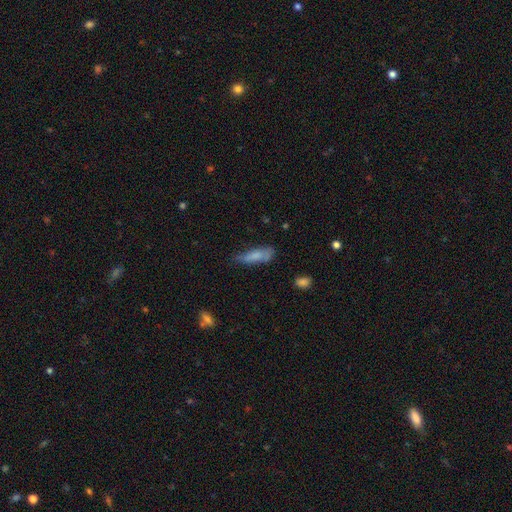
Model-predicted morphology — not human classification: smooth-or-featured: smooth: 72% | featured or disk: 20% | star or artifact: 8%
  how-rounded: cigar-shaped: 51% | in between: 46% | round: 2%
  merging: none: 49% | minor disturbance: 33% | major disturbance: 13% | merger: 5%